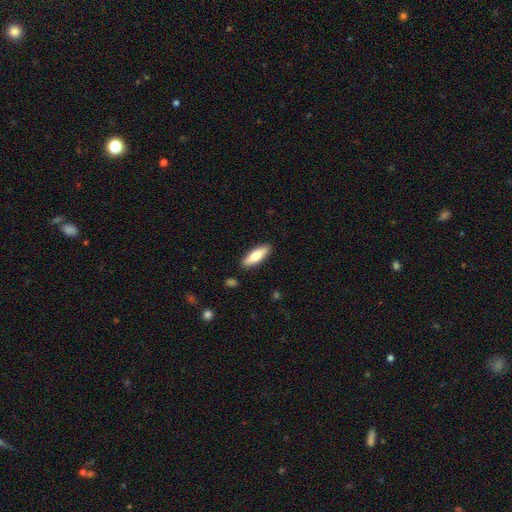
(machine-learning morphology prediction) Smooth or featured? smooth (70%)
How rounded? cigar-shaped (51%)
Merging? none (89%)